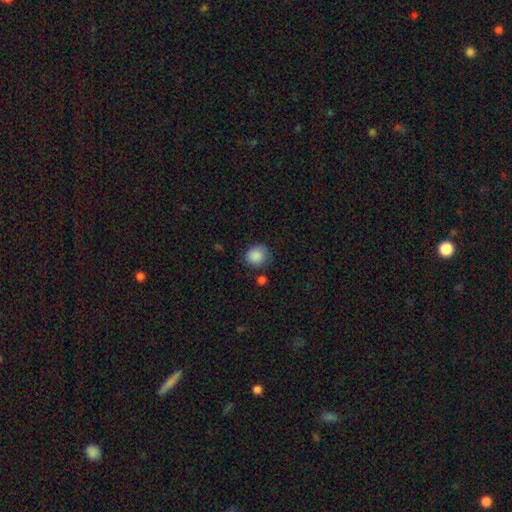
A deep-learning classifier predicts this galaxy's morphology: Smooth or featured: smooth — 88% (star or artifact — 9%)
How rounded: round — 80% (in between — 19%)
Merging: none — 75% (minor disturbance — 16%)